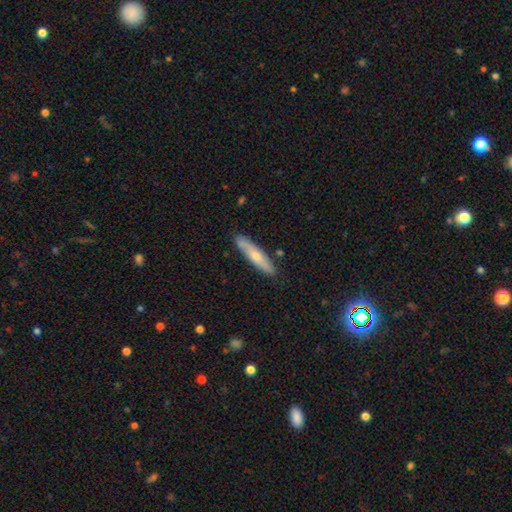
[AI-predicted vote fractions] Morphology: type=smooth (59%); roundness=cigar-shaped (84%); merging=none (83%).